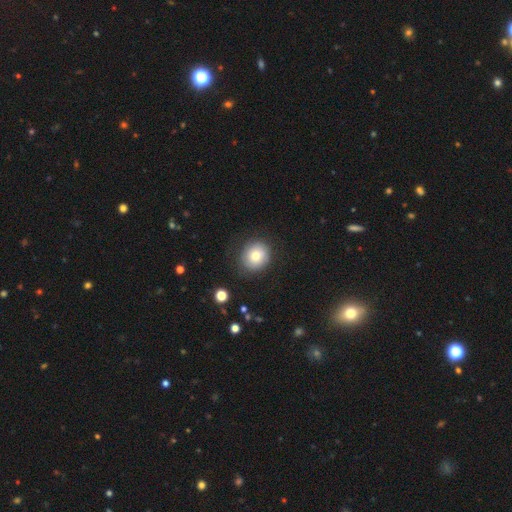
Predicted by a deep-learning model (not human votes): This is likely a smooth galaxy (75%). How rounded: clearly round (83%). Merging: clearly none (81%).